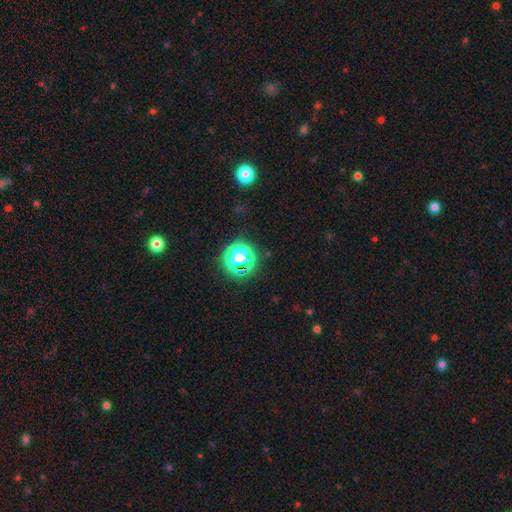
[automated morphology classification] Overall: star or artifact (73%).